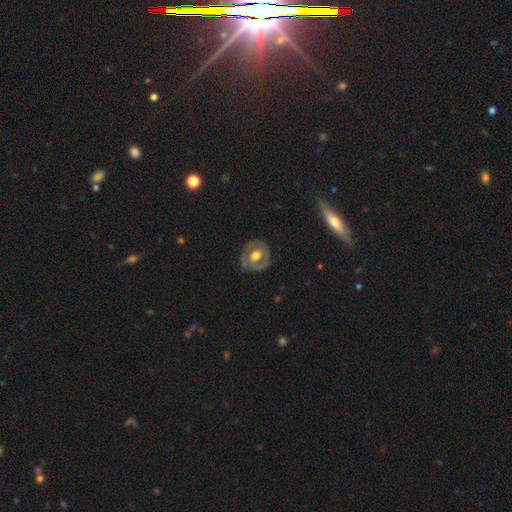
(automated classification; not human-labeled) The model was most divided on "spiral arms": no: 56%, yes: 44%. More confident: edge-on disk — no (96%); merging — none (78%); smooth or featured — featured or disk (66%); bar — no (64%); bulge size — moderate (59%).